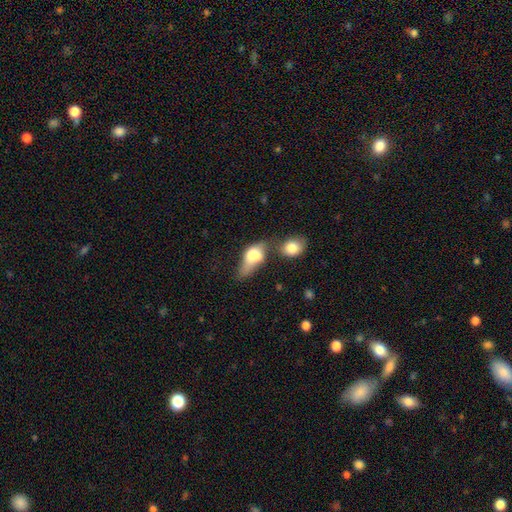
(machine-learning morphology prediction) Smooth or featured: smooth — 69% (featured or disk — 23%)
How rounded: in between — 80% (round — 12%)
Merging: merger — 43% (major disturbance — 21%)